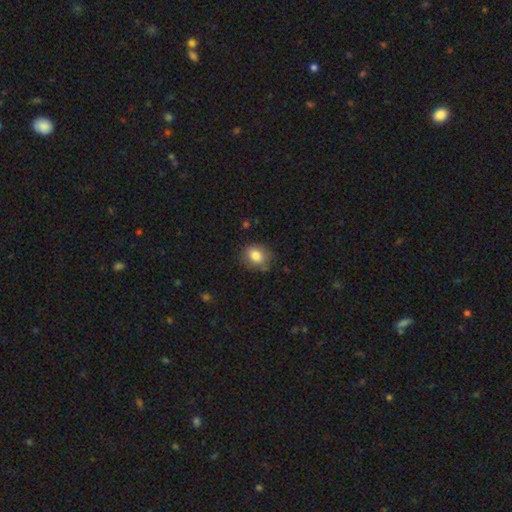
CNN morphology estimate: Smooth or featured?
  - smooth: 82% *
  - star or artifact: 10%
  - featured or disk: 8%
How rounded?
  - round: 52% *
  - in between: 47%
  - cigar-shaped: 1%
Merging?
  - none: 79% *
  - minor disturbance: 16%
  - major disturbance: 4%
  - merger: 2%